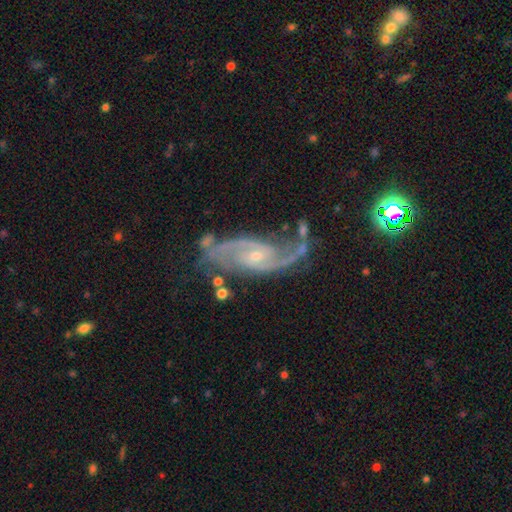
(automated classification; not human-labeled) Smooth or featured? featured or disk (89%)
Edge-on disk? no (95%)
Bar? no (52%)
Spiral arms? yes (97%)
Spiral winding? medium (52%)
Spiral arm count? 2 (81%)
Bulge size? small (74%)
Merging? none (60%)